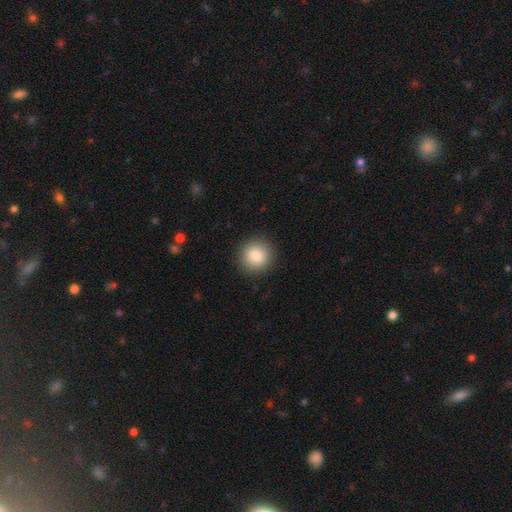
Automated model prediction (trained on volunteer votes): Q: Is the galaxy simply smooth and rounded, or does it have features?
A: smooth — 85%.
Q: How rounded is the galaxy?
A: round — 92%.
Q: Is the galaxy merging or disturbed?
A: none — 91%.